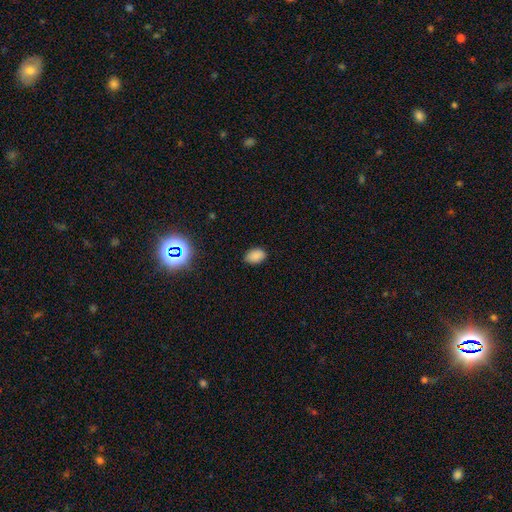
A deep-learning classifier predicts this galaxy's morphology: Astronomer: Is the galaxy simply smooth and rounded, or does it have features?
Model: smooth — 85%.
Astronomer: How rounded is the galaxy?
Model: in between — 86%.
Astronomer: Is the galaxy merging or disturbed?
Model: none — 82%.